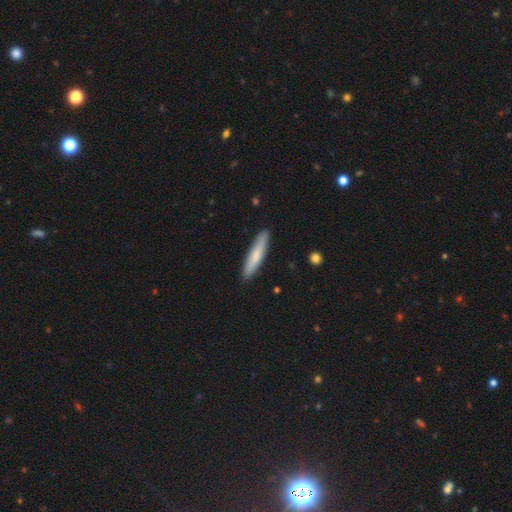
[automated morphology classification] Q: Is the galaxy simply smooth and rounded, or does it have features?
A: smooth — 74%.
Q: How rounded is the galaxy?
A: cigar-shaped — 89%.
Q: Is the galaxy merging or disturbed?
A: none — 90%.